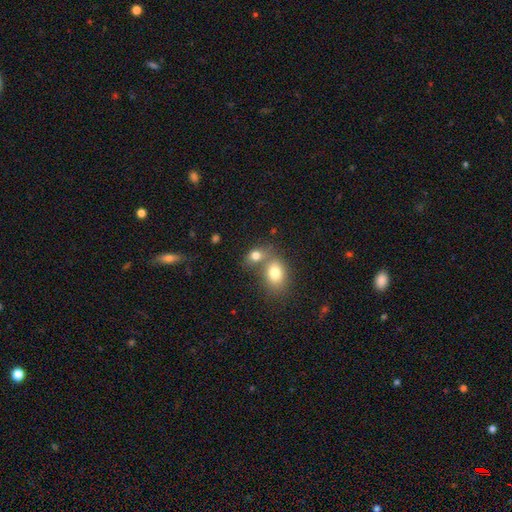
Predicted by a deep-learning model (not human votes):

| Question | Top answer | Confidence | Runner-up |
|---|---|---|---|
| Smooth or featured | smooth | 78% | featured or disk (11%) |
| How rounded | in between | 65% | round (34%) |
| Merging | merger | 50% | none (37%) |